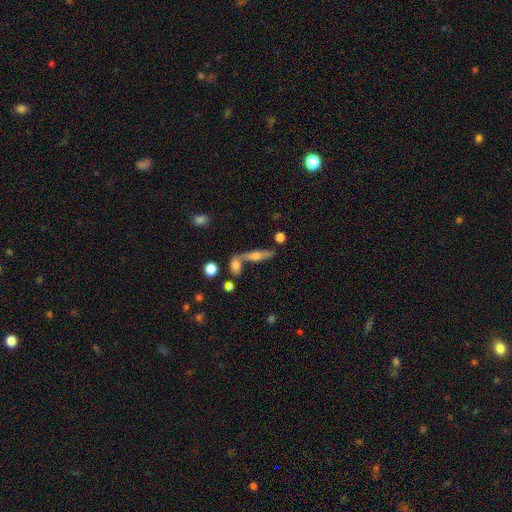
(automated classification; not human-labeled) smooth-or-featured: featured or disk: 47% | smooth: 44% | star or artifact: 8%
  merging: none: 57% | merger: 27% | minor disturbance: 11% | major disturbance: 4%